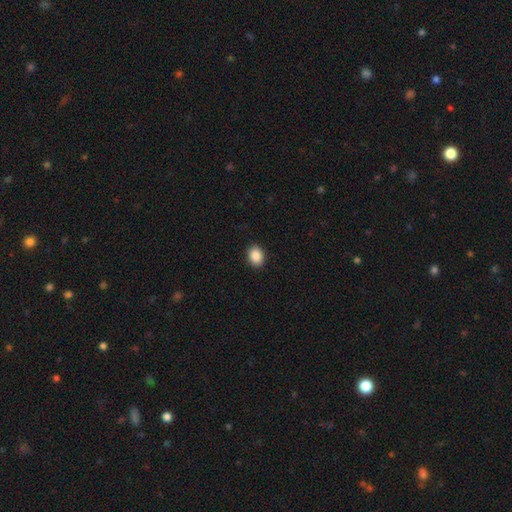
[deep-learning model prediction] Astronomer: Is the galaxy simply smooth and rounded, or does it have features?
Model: smooth — 88%.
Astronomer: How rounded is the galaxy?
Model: in between — 58% (runner-up: round, 41%).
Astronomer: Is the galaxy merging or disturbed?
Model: none — 92%.